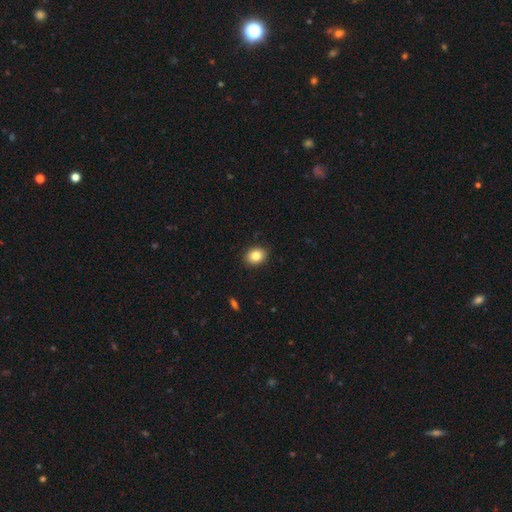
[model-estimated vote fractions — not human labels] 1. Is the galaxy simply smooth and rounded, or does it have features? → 84% smooth, 9% star or artifact, 7% featured or disk.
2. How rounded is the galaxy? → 53% in between, 46% round, 1% cigar-shaped.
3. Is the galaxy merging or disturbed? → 90% none, 7% minor disturbance, 2% major disturbance, 1% merger.